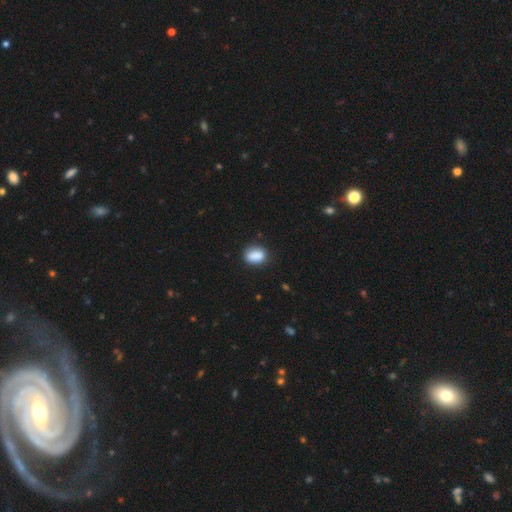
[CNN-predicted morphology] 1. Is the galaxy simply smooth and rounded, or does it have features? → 87% smooth, 8% star or artifact, 5% featured or disk.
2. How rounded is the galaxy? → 76% in between, 21% round, 3% cigar-shaped.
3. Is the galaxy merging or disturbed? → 77% none, 17% minor disturbance, 4% major disturbance, 2% merger.